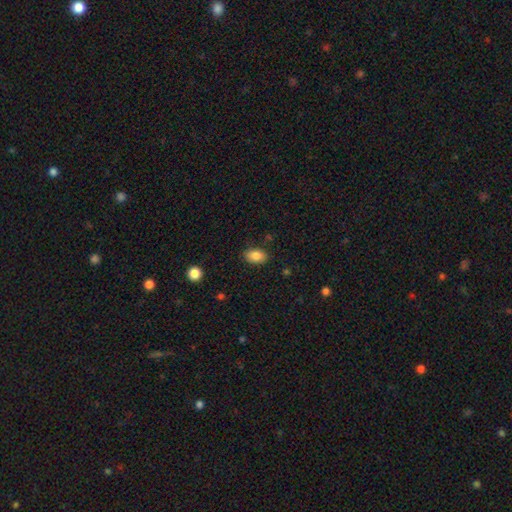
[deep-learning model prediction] Smooth or featured? Predicted: smooth (p=0.87). How rounded? Predicted: in between (p=0.87). Merging? Predicted: none (p=0.86).